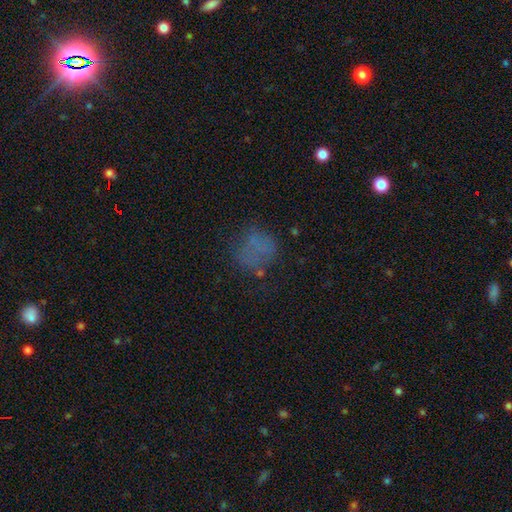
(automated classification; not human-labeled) smooth_or_featured: smooth (p=0.54) [alt: star or artifact p=0.29]
how_rounded: round (p=0.73) [alt: in between p=0.25]
merging: none (p=0.65) [alt: minor disturbance p=0.17]